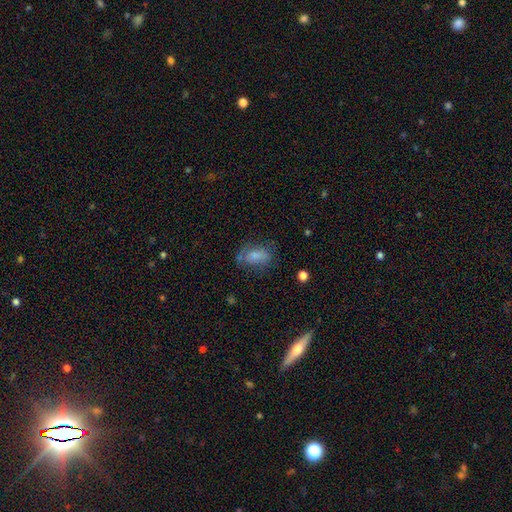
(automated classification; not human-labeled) This is likely a smooth galaxy (69%). How rounded: clearly in between (86%). Merging: possibly none (52%).